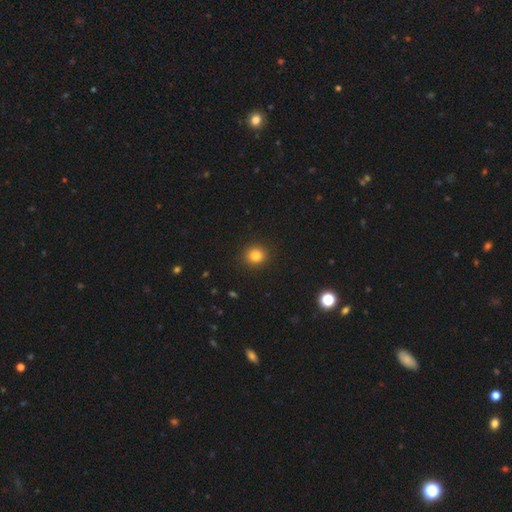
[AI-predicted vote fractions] Smooth or featured?
  - smooth: 82% *
  - star or artifact: 12%
  - featured or disk: 6%
How rounded?
  - round: 86% *
  - in between: 13%
  - cigar-shaped: 1%
Merging?
  - none: 91% *
  - minor disturbance: 6%
  - major disturbance: 2%
  - merger: 1%